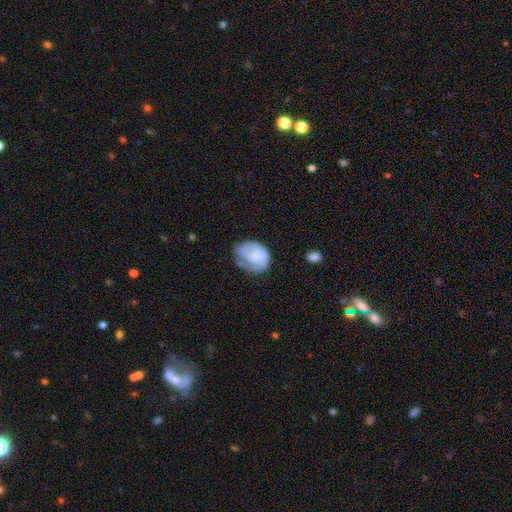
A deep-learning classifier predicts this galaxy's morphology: Smooth or featured? Predicted: smooth (p=0.61). How rounded? Predicted: in between (p=0.58). Merging? Predicted: none (p=0.41).